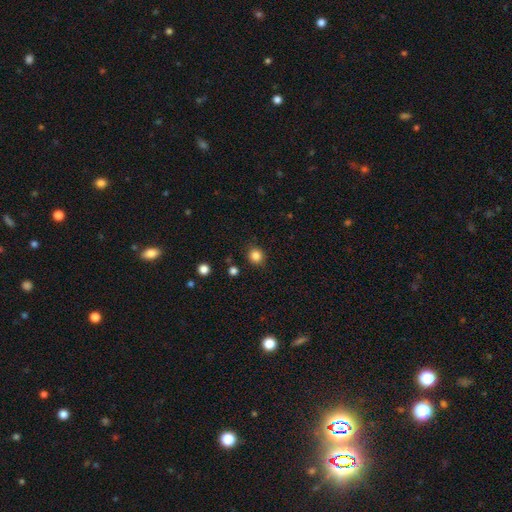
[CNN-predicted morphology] Smooth or featured? Predicted: smooth (p=0.84). How rounded? Predicted: round (p=0.85). Merging? Predicted: none (p=0.88).